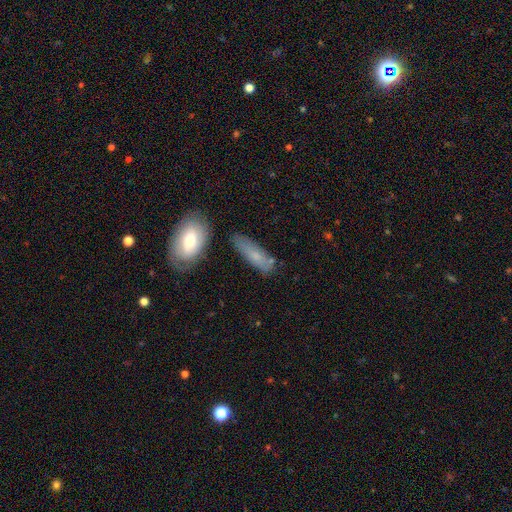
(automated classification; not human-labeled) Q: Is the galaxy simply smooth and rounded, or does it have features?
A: smooth — 65%.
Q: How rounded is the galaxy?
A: in between — 52%.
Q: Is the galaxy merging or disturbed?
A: none — 68%.